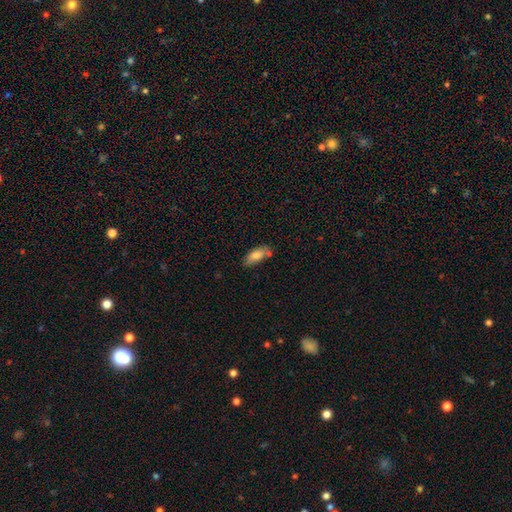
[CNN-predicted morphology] Smooth or featured?
  - smooth: 76% *
  - featured or disk: 17%
  - star or artifact: 7%
How rounded?
  - in between: 83% *
  - cigar-shaped: 15%
  - round: 3%
Merging?
  - none: 59% *
  - minor disturbance: 22%
  - merger: 14%
  - major disturbance: 5%